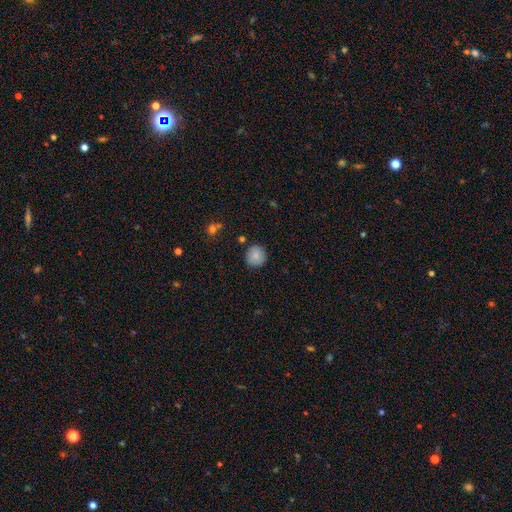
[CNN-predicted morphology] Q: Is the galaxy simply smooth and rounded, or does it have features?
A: smooth — 85%.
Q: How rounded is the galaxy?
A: round — 92%.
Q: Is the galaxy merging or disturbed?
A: none — 88%.